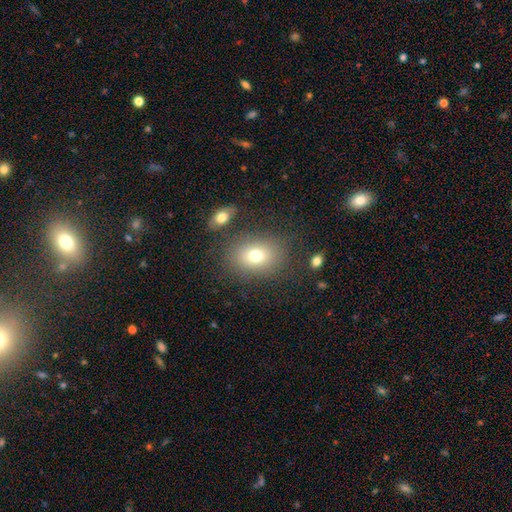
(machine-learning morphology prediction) This appears to be a smooth galaxy with no disk features (74%) that is in between round and cigar-shaped (62%). Merging: none (78%).